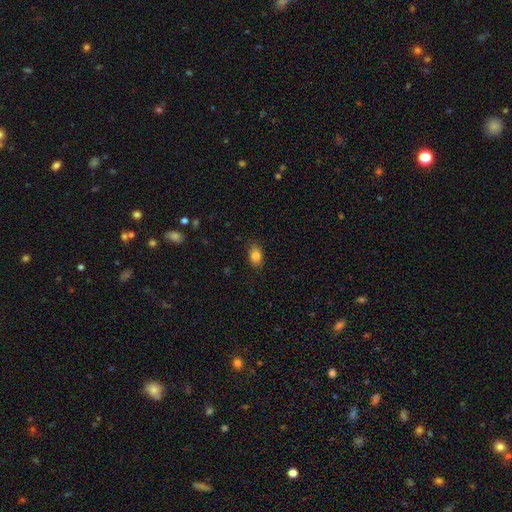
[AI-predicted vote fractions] smooth 84%, star or artifact 9%, featured or disk 7%. Down the decision tree: how rounded — in between (80%); merging — none (84%).